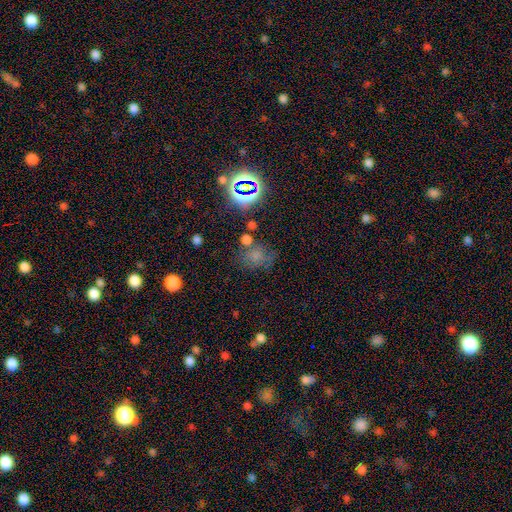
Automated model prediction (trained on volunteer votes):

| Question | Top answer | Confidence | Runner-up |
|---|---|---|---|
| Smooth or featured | smooth | 56% | star or artifact (31%) |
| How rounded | round | 54% | in between (45%) |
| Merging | none | 55% | minor disturbance (20%) |